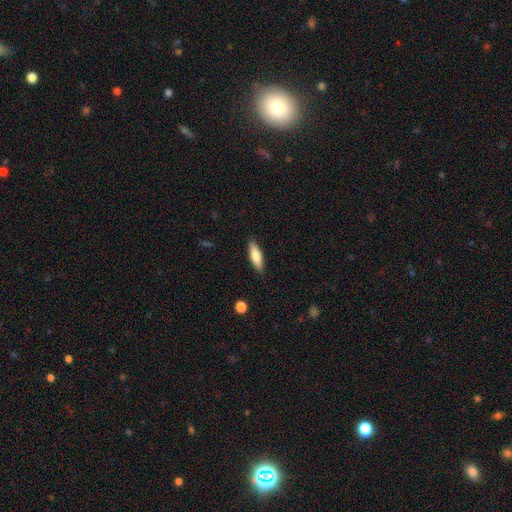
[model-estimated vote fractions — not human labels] This appears to be a smooth galaxy with no disk features (74%) that is cigar-shaped (56%). Merging: none (88%).